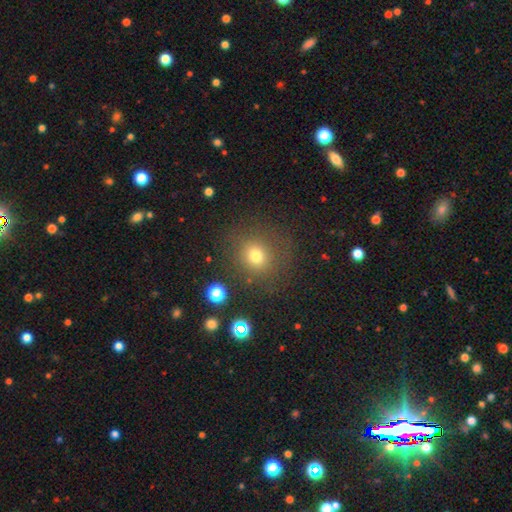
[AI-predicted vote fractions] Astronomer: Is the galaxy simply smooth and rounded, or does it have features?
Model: smooth — 74%.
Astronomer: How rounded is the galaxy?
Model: round — 85%.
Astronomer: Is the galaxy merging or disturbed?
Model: none — 81%.